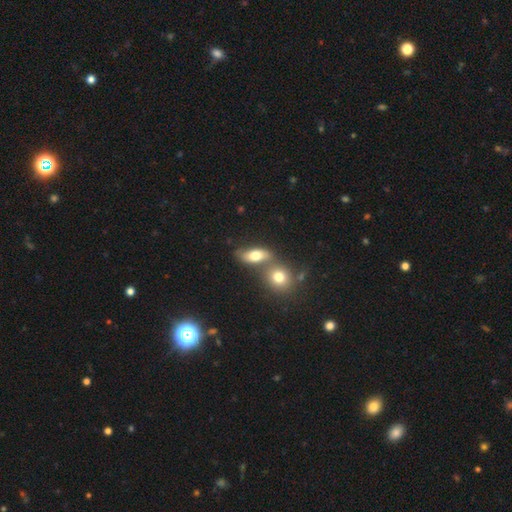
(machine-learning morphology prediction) smooth-or-featured: smooth: 73% | featured or disk: 18% | star or artifact: 9%
  how-rounded: in between: 79% | round: 13% | cigar-shaped: 8%
  merging: none: 43% | merger: 41% | minor disturbance: 11% | major disturbance: 5%